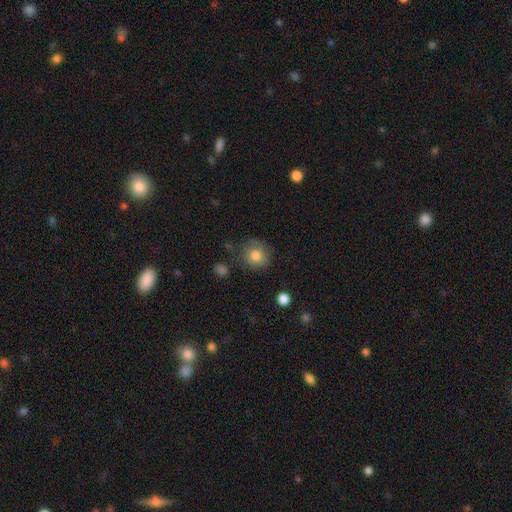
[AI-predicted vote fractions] Smooth or featured?
  - smooth: 82% *
  - star or artifact: 10%
  - featured or disk: 9%
How rounded?
  - round: 86% *
  - in between: 13%
  - cigar-shaped: 1%
Merging?
  - none: 76% *
  - minor disturbance: 16%
  - major disturbance: 5%
  - merger: 3%